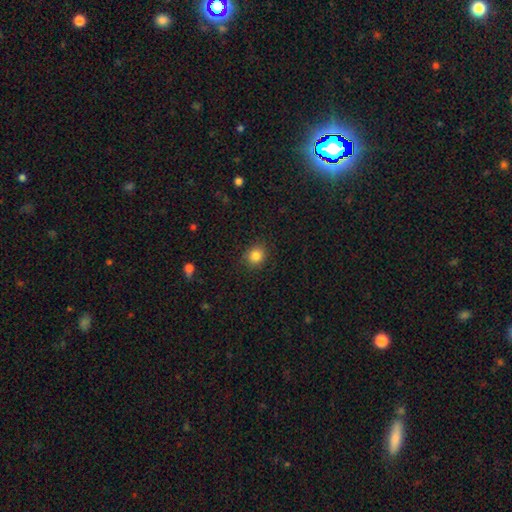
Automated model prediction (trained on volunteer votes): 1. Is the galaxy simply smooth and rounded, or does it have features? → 85% smooth, 11% star or artifact, 5% featured or disk.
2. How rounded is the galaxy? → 78% round, 21% in between, 1% cigar-shaped.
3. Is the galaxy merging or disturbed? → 87% none, 9% minor disturbance, 3% major disturbance, 1% merger.